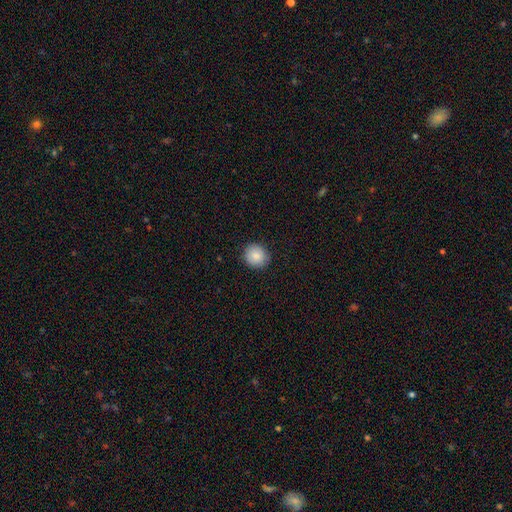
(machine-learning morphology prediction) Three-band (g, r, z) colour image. It shows a smooth galaxy with no disk features (85%) that is round (89%). Merging: none (89%).